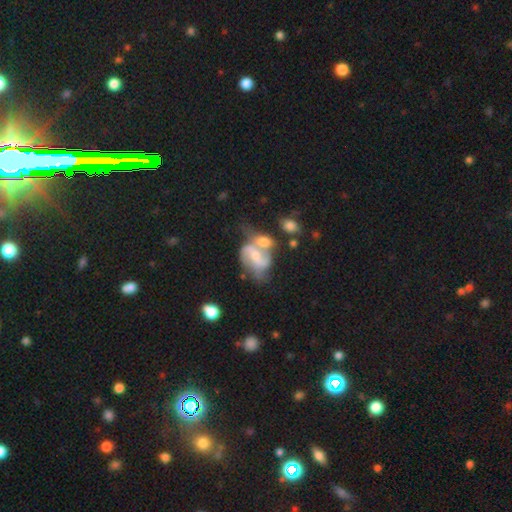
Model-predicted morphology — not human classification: Smooth or featured? Predicted: featured or disk (p=0.74). Edge-on disk? Predicted: no (p=0.96). Bar? Predicted: weak (p=0.40). Spiral arms? Predicted: yes (p=0.86). Spiral winding? Predicted: medium (p=0.44). Spiral arm count? Predicted: 2 (p=0.84). Bulge size? Predicted: moderate (p=0.47). Merging? Predicted: merger (p=0.48).